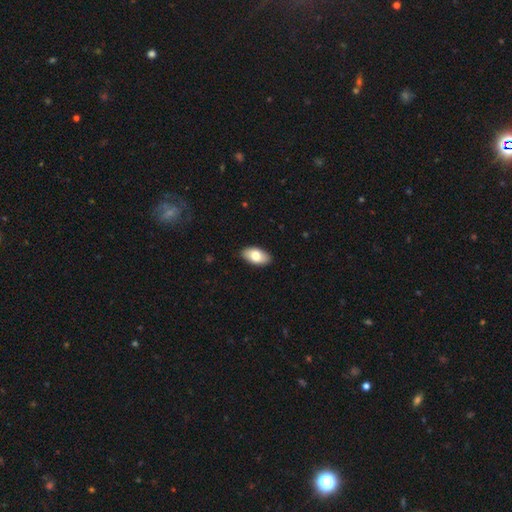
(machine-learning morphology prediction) Overall: smooth (76%). How rounded: in between (94%). Merging: none (89%).